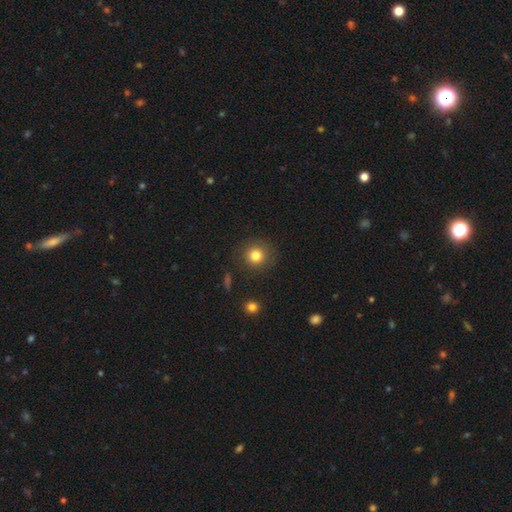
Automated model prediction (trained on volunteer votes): This is clearly a smooth galaxy (81%). How rounded: clearly round (91%). Merging: clearly none (87%).